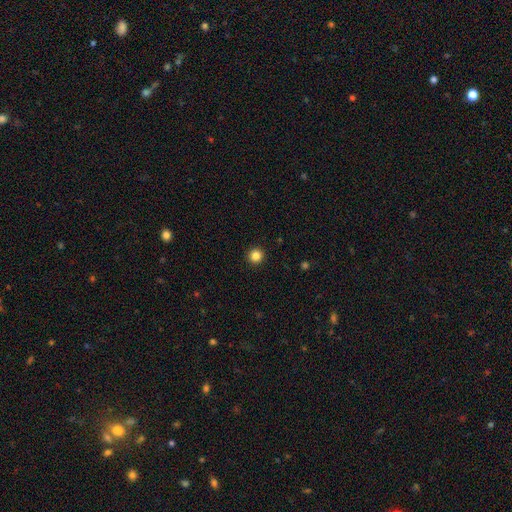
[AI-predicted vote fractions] The model was most divided on "smooth or featured": smooth: 85%, star or artifact: 12%, featured or disk: 4%. More confident: how rounded — round (96%); merging — none (94%).